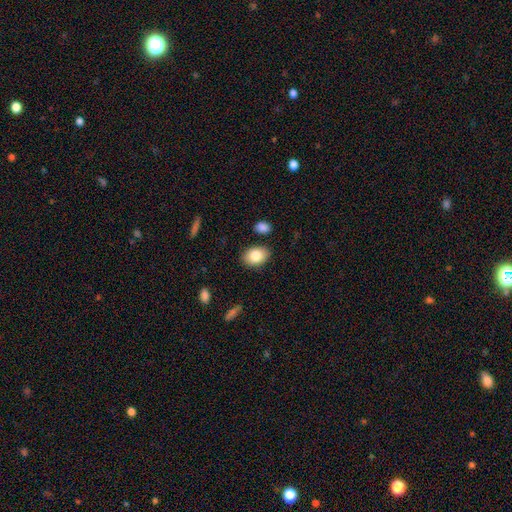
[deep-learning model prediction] Smooth or featured? smooth (85%)
How rounded? in between (83%)
Merging? none (84%)